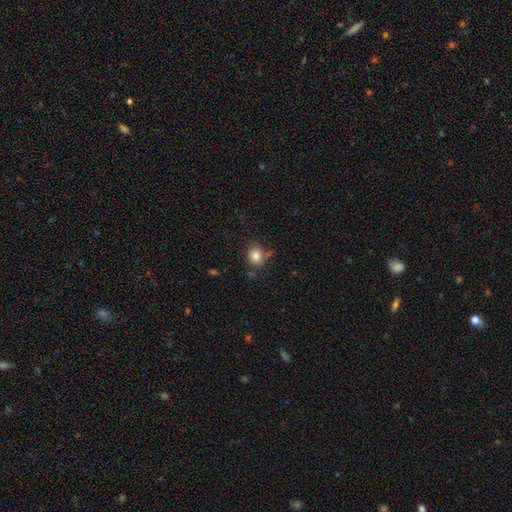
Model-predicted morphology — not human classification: Smooth or featured?
  - smooth: 83% *
  - star or artifact: 11%
  - featured or disk: 6%
How rounded?
  - round: 68% *
  - in between: 31%
  - cigar-shaped: 1%
Merging?
  - none: 74% *
  - minor disturbance: 14%
  - merger: 7%
  - major disturbance: 4%